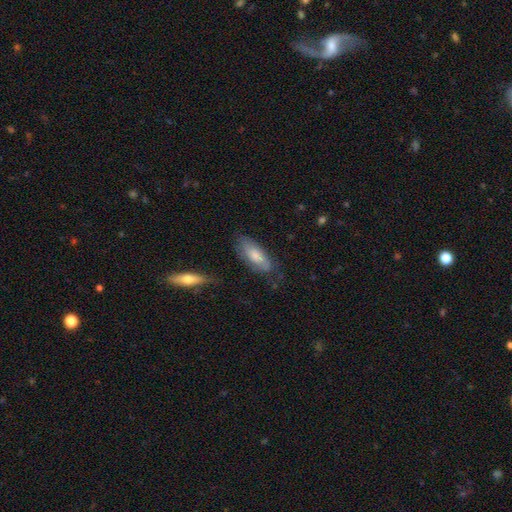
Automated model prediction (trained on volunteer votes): A smooth galaxy with no disk features (65%) that is in between round and cigar-shaped (79%).

Vote fractions:
- Smooth or featured? smooth: 65% / featured or disk: 28% / star or artifact: 6%
- How rounded? in between: 79% / cigar-shaped: 19% / round: 2%
- Merging? none: 64% / minor disturbance: 25% / major disturbance: 8% / merger: 3%